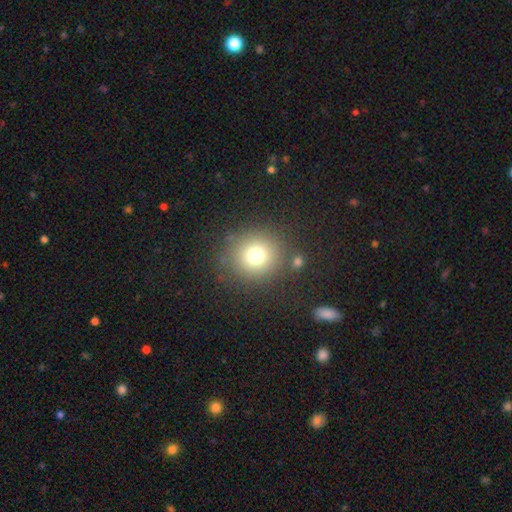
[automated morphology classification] Q: Smooth or featured?
A: smooth (73%); runner-up: star or artifact (17%)
Q: How rounded?
A: round (91%); runner-up: in between (8%)
Q: Merging?
A: none (82%); runner-up: minor disturbance (9%)